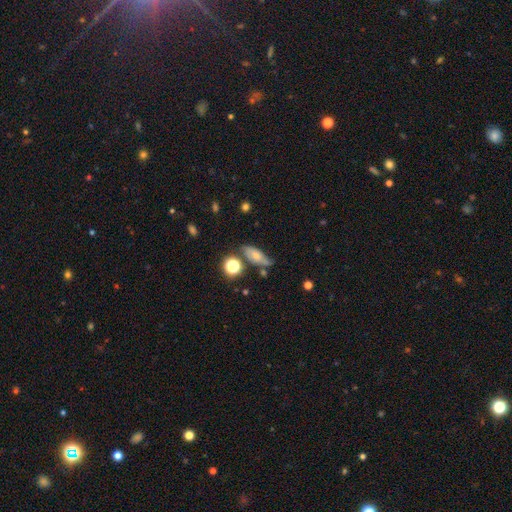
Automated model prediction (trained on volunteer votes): Smooth or featured?
  - smooth: 54% *
  - featured or disk: 32%
  - star or artifact: 13%
How rounded?
  - in between: 71% *
  - cigar-shaped: 19%
  - round: 11%
Merging?
  - none: 55% *
  - minor disturbance: 26%
  - merger: 10%
  - major disturbance: 9%